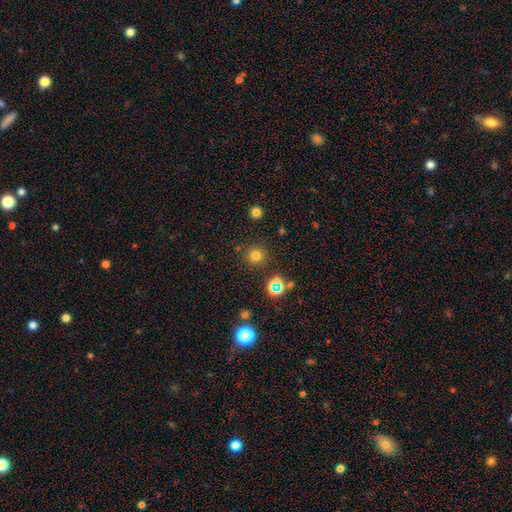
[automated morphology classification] smooth-or-featured: smooth: 73% | star or artifact: 20% | featured or disk: 6%
  how-rounded: round: 95% | in between: 4% | cigar-shaped: 1%
  merging: none: 87% | minor disturbance: 7% | major disturbance: 3% | merger: 3%